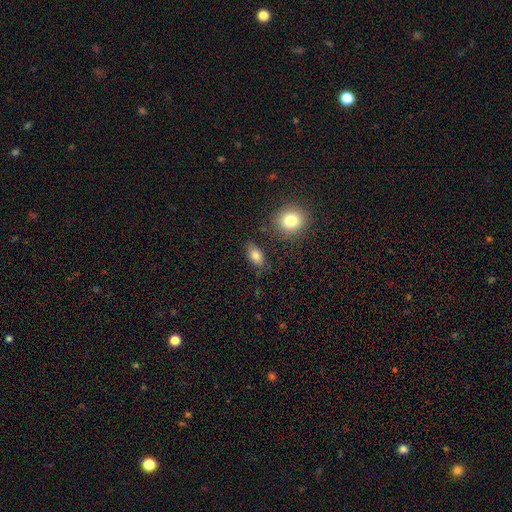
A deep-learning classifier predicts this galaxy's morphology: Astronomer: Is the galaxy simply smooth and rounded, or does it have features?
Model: smooth — 81%.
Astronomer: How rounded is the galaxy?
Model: in between — 85%.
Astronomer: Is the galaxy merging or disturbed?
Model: none — 77%.